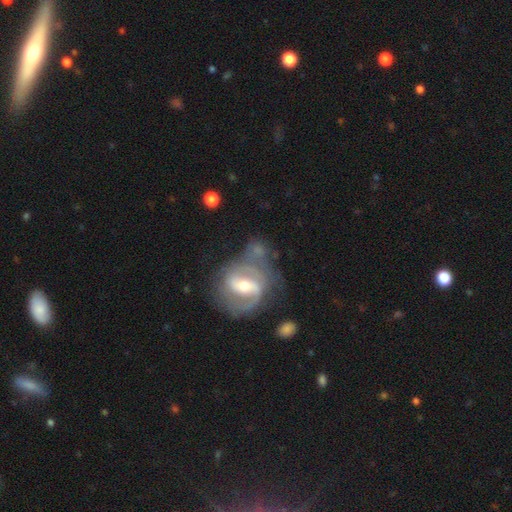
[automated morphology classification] Smooth or featured? featured or disk (81%)
Edge-on disk? no (96%)
Bar? strong (45%)
Spiral arms? yes (86%)
Spiral winding? medium (46%)
Spiral arm count? 2 (75%)
Bulge size? moderate (63%)
Merging? none (52%)